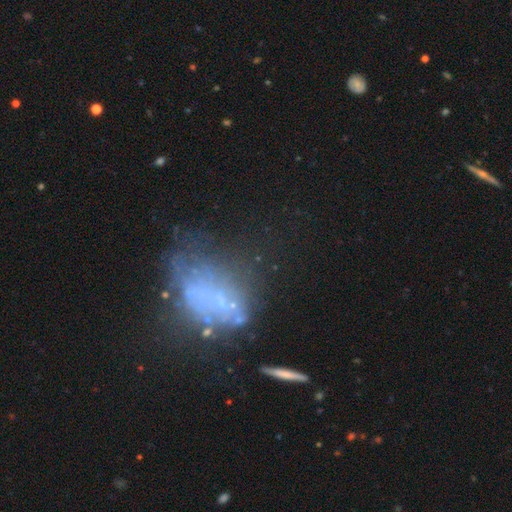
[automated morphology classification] smooth_or_featured: featured or disk (p=0.42) [alt: smooth p=0.32]
merging: major disturbance (p=0.35) [alt: none p=0.32]